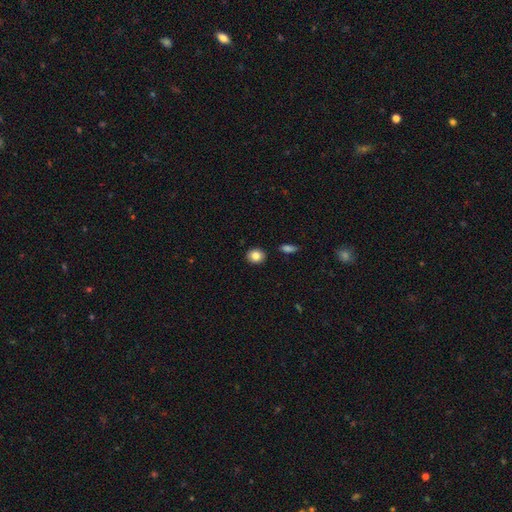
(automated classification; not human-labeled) Smooth or featured? Predicted: smooth (p=0.84). How rounded? Predicted: round (p=0.66). Merging? Predicted: none (p=0.88).